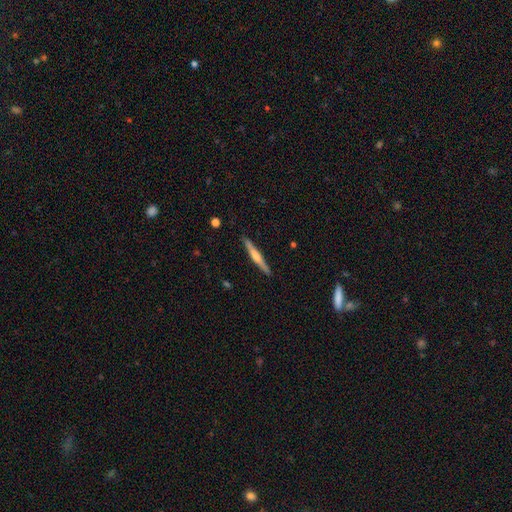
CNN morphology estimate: A featured or disk galaxy (65%) viewed edge-on (98%) with a rounded central bulge (71%).

Vote fractions:
- Smooth or featured? featured or disk: 65% / smooth: 29% / star or artifact: 6%
- Edge-on disk? yes: 98% / no: 2%
- Edge-on bulge? rounded: 71% / boxy: 15% / none: 14%
- Merging? none: 91% / minor disturbance: 7% / major disturbance: 1% / merger: 1%